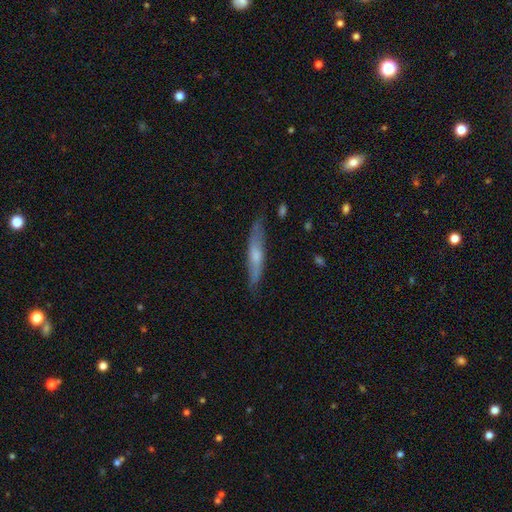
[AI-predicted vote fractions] smooth-or-featured: featured or disk: 49% | smooth: 45% | star or artifact: 6%
  merging: none: 78% | minor disturbance: 17% | major disturbance: 3% | merger: 2%